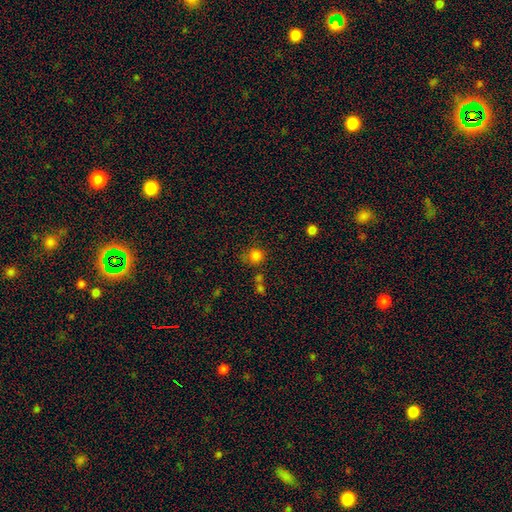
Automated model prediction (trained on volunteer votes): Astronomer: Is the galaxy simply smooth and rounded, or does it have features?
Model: smooth — 81%.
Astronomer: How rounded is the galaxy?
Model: round — 89%.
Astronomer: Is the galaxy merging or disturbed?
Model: none — 65%.